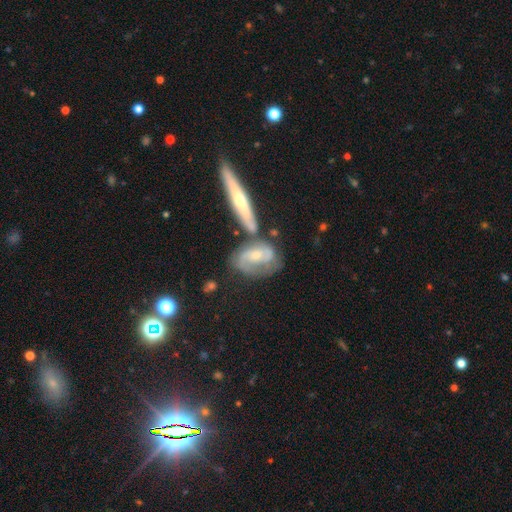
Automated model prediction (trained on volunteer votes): This appears to be a featured or disk galaxy (76%) with no bar (50%), 2 (68%) medium (46%) spiral arms (89%) and a small central bulge (57%). Merging: none (47%).